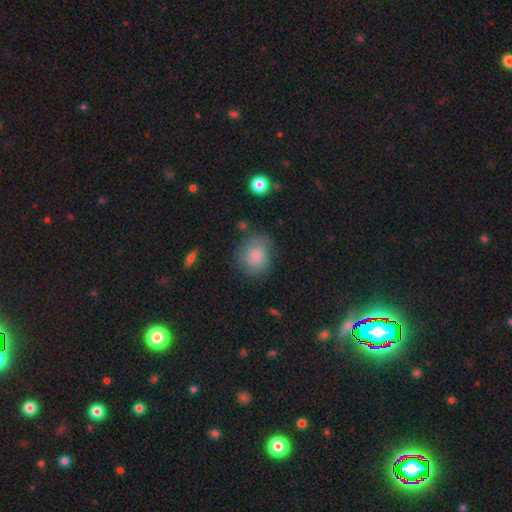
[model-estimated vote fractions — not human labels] This appears to be a smooth galaxy with no disk features (72%) that is round (78%). Merging: none (67%).